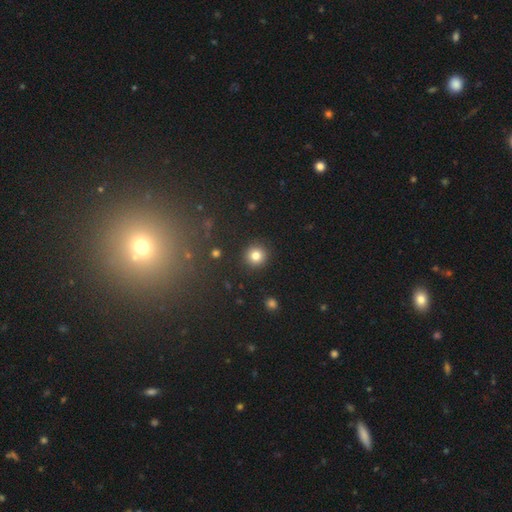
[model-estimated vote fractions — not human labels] Morphology: type=smooth (82%); roundness=round (94%); merging=none (92%).